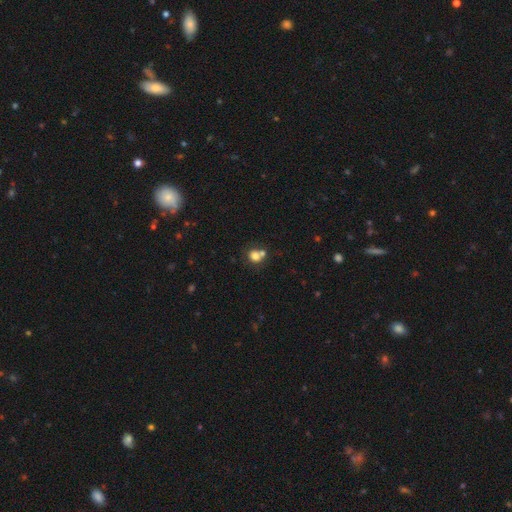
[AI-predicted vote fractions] Overall: smooth (76%). How rounded: round (77%). Merging: none (47%; merger 39%).